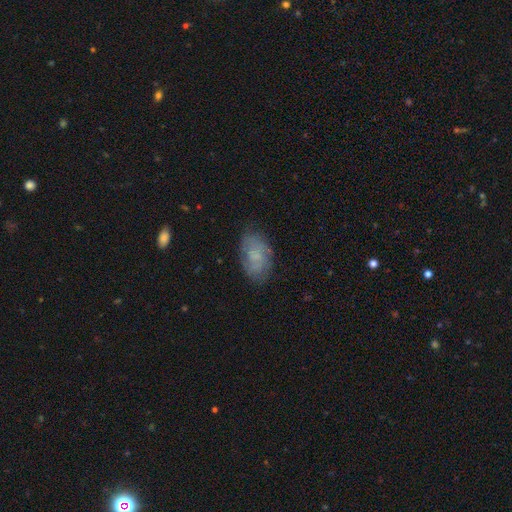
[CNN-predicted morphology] smooth_or_featured: smooth (p=0.54) [alt: featured or disk p=0.37]
how_rounded: in between (p=0.91) [alt: round p=0.07]
merging: none (p=0.73) [alt: minor disturbance p=0.19]